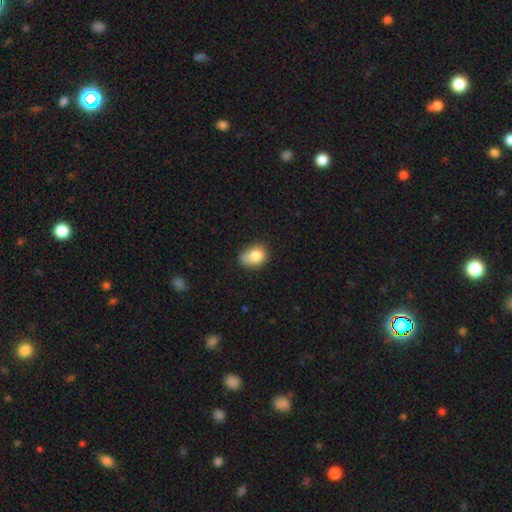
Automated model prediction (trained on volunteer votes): smooth_or_featured: smooth (p=0.82) [alt: star or artifact p=0.09]
how_rounded: in between (p=0.69) [alt: round p=0.30]
merging: none (p=0.49) [alt: minor disturbance p=0.37]